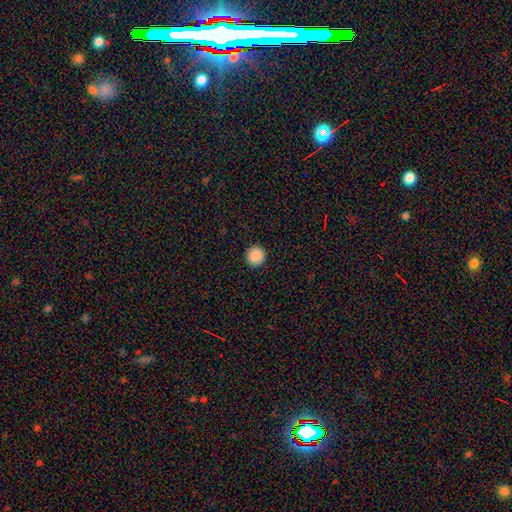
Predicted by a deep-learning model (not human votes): smooth_or_featured: smooth (p=0.89) [alt: star or artifact p=0.08]
how_rounded: round (p=0.93) [alt: in between p=0.06]
merging: none (p=0.93) [alt: minor disturbance p=0.05]